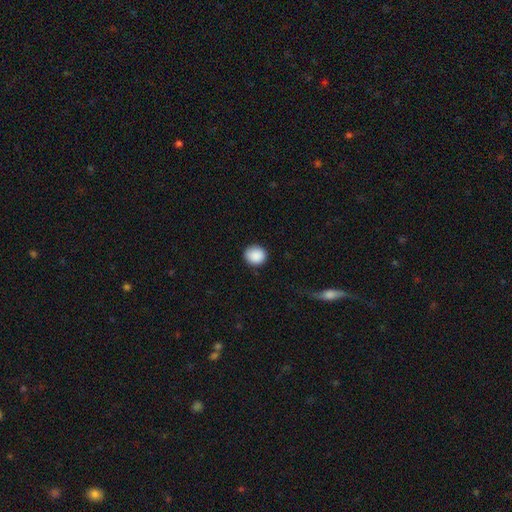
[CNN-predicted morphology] Smooth or featured? smooth (90%)
How rounded? round (85%)
Merging? none (89%)